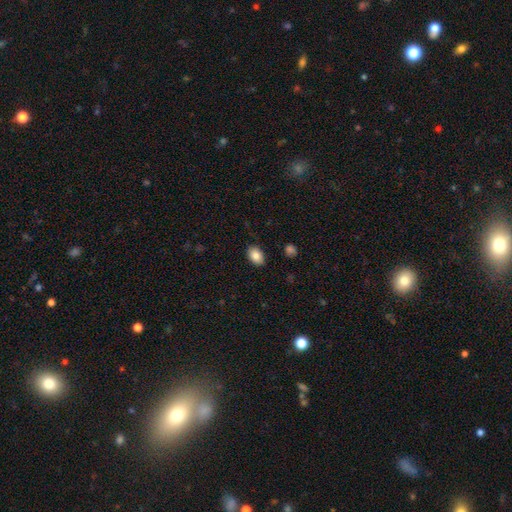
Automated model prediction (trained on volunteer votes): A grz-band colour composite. It shows a smooth galaxy with no disk features (85%) that is in between round and cigar-shaped (85%). Merging: none (87%).